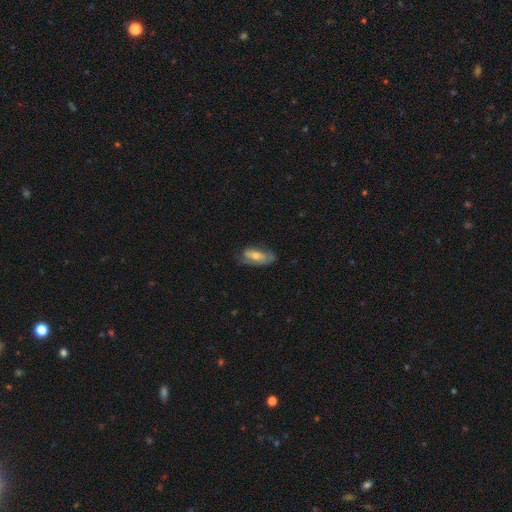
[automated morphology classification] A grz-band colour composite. It shows a smooth galaxy with no disk features (51%) that is in between round and cigar-shaped (80%). Merging: none (54%).